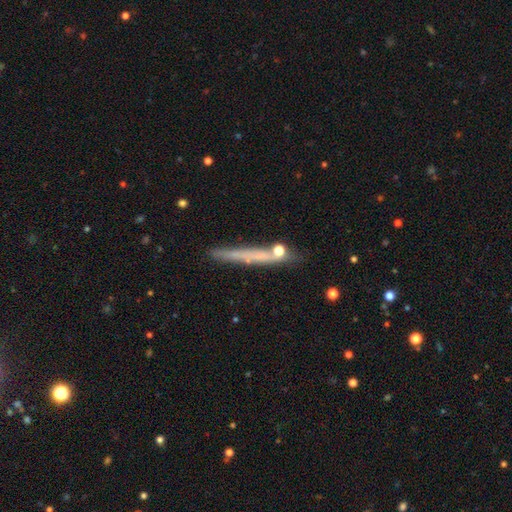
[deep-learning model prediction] Overall: smooth (50%; featured or disk 41%). How rounded: cigar-shaped (95%). Merging: none (79%).